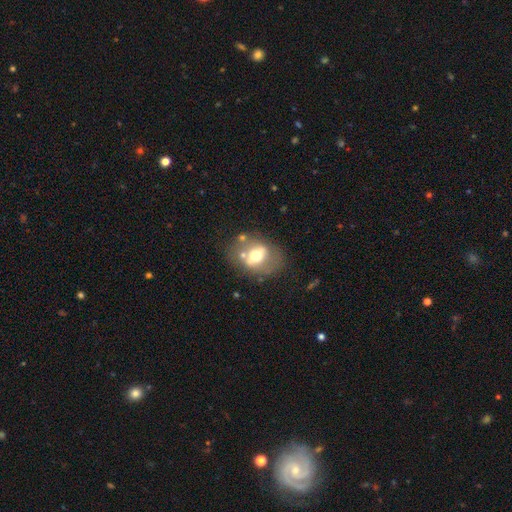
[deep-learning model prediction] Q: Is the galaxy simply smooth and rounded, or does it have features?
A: featured or disk — 52%.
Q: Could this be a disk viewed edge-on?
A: no — 88%.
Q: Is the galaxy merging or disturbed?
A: none — 62%.